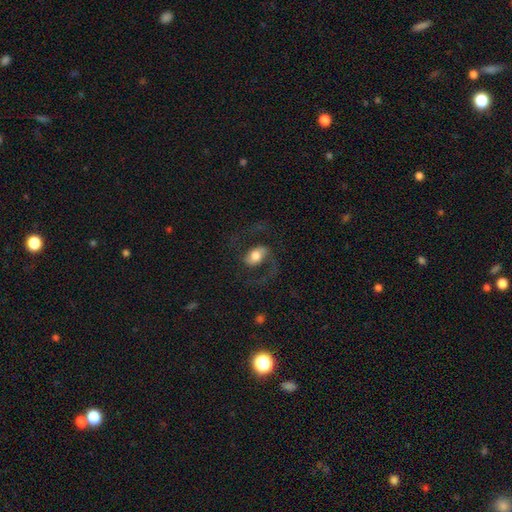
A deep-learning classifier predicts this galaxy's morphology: smooth-or-featured: featured or disk: 66% | smooth: 26% | star or artifact: 8%
  disk-edge-on: no: 96% | yes: 4%
    bar: no: 38% | weak: 36% | strong: 26%
    has-spiral-arms: yes: 88% | no: 12%
      spiral-winding: loose: 49% | medium: 43% | tight: 8%
      spiral-arm-count: 2: 88% | 1: 6% | can't tell: 3% | 3: 1% | 4: 1% | more than 4: 1%
    bulge-size: moderate: 54% | large: 30% | small: 10% | dominant: 4% | none: 2%
  merging: none: 63% | major disturbance: 21% | minor disturbance: 14% | merger: 2%